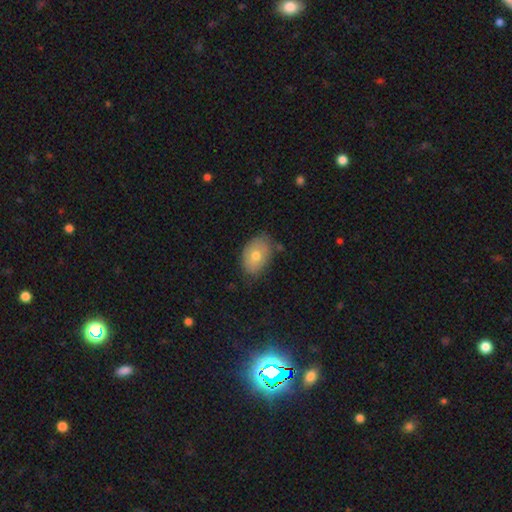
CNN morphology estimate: The model was most divided on "smooth or featured": smooth: 69%, featured or disk: 23%, star or artifact: 8%. More confident: how rounded — in between (83%); merging — none (72%).